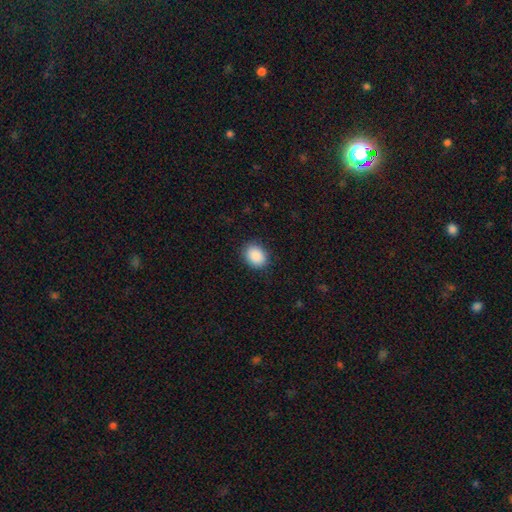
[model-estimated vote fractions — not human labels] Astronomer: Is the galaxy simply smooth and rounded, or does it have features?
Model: smooth — 90%.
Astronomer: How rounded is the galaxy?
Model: in between — 56% (runner-up: round, 43%).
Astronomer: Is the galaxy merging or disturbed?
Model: none — 88%.